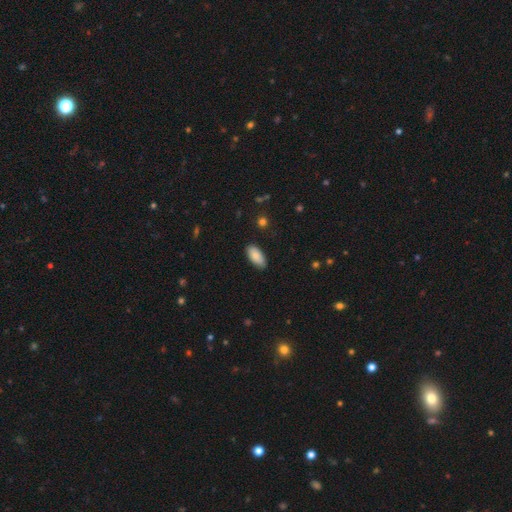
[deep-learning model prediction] Smooth or featured?
  - smooth: 85% *
  - featured or disk: 9%
  - star or artifact: 6%
How rounded?
  - in between: 92% *
  - cigar-shaped: 6%
  - round: 2%
Merging?
  - none: 85% *
  - minor disturbance: 12%
  - major disturbance: 2%
  - merger: 1%